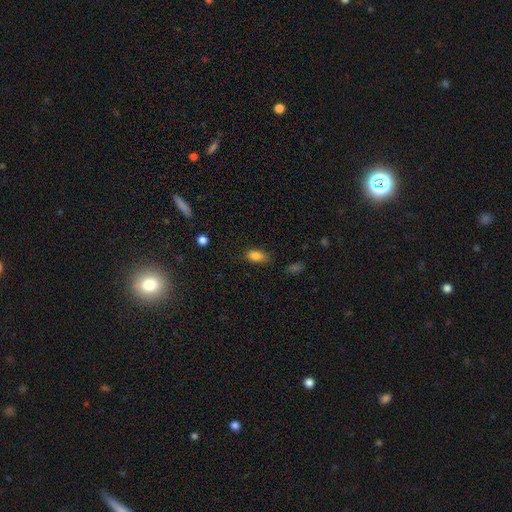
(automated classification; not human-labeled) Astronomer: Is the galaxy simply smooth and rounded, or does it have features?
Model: smooth — 85%.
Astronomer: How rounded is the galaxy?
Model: in between — 88%.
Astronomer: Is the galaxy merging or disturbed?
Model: none — 76%.